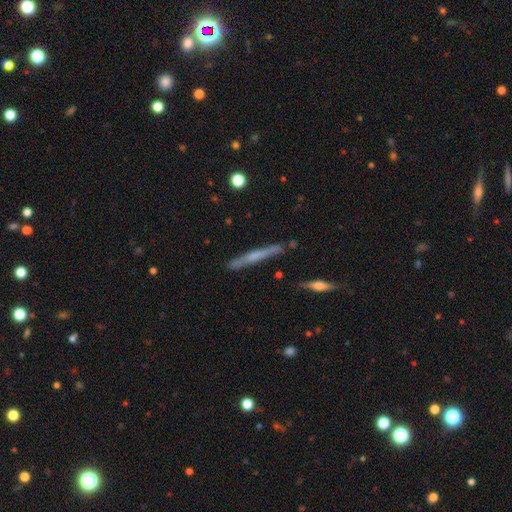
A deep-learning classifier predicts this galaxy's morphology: A featured or disk galaxy (58%) viewed edge-on (96%) with a rounded central bulge (54%).

Vote fractions:
- Smooth or featured? featured or disk: 58% / smooth: 35% / star or artifact: 7%
- Edge-on disk? yes: 96% / no: 4%
- Edge-on bulge? rounded: 54% / none: 39% / boxy: 7%
- Merging? none: 86% / minor disturbance: 10% / merger: 2% / major disturbance: 2%